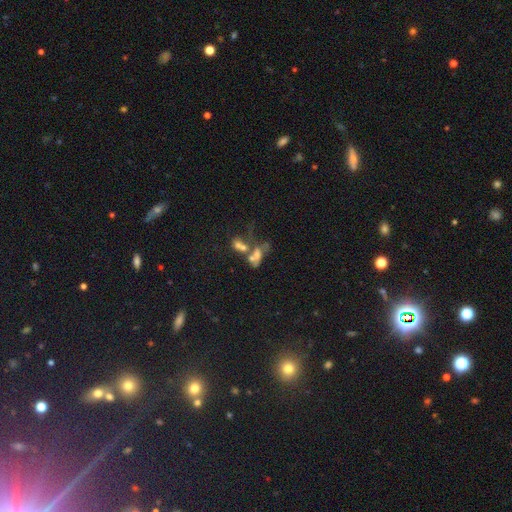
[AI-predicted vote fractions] Q: Smooth or featured?
A: featured or disk (43%); runner-up: smooth (39%)
Q: Merging?
A: merger (59%); runner-up: major disturbance (20%)